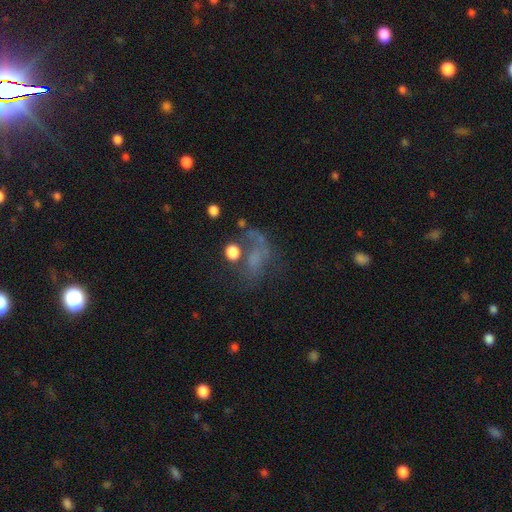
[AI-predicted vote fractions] Smooth or featured: featured or disk — 41% (smooth — 31%)
Merging: major disturbance — 41% (none — 31%)